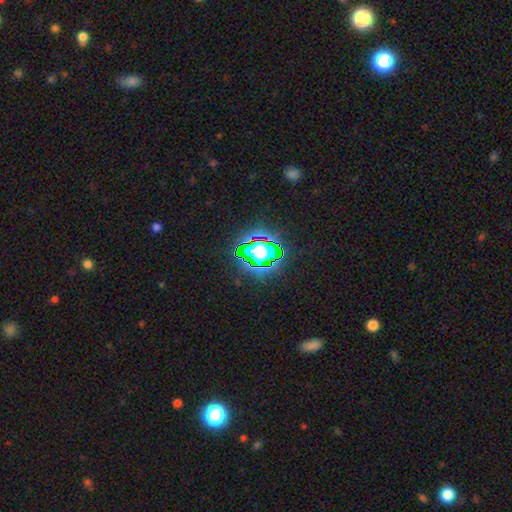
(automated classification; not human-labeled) smooth_or_featured: star or artifact (p=0.75) [alt: smooth p=0.15]